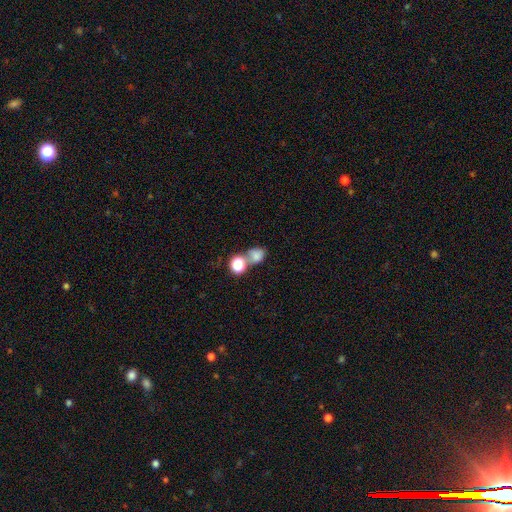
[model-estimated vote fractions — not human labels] Morphology: type=smooth (76%); roundness=round (54%); merging=merger (49%).